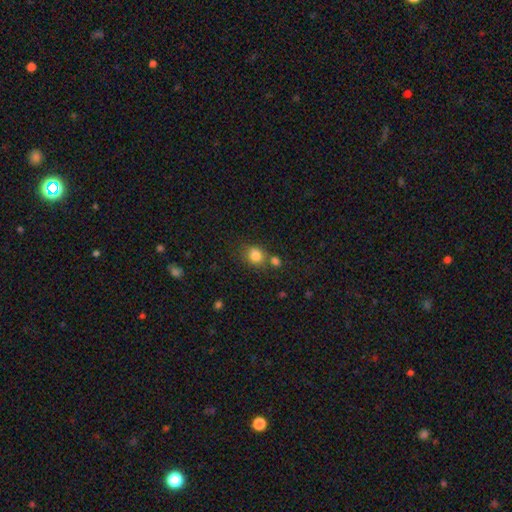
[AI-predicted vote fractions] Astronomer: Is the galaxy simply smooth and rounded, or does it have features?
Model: smooth — 82%.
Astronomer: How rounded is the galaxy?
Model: round — 65%.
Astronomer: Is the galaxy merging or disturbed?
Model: none — 60%.